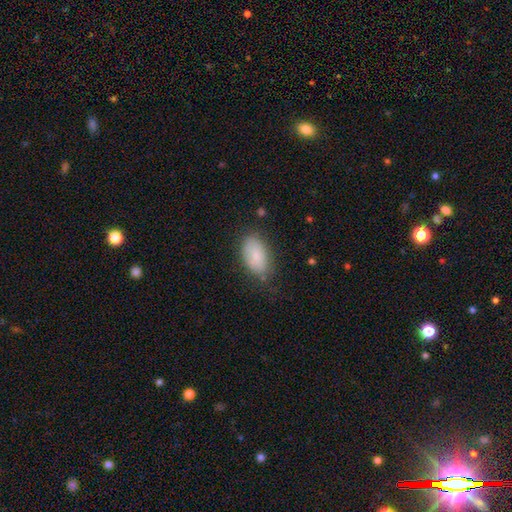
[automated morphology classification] A smooth galaxy with no disk features (83%) that is in between round and cigar-shaped (94%).

Vote fractions:
- Smooth or featured? smooth: 83% / featured or disk: 11% / star or artifact: 7%
- How rounded? in between: 94% / round: 4% / cigar-shaped: 2%
- Merging? none: 72% / minor disturbance: 21% / major disturbance: 5% / merger: 2%